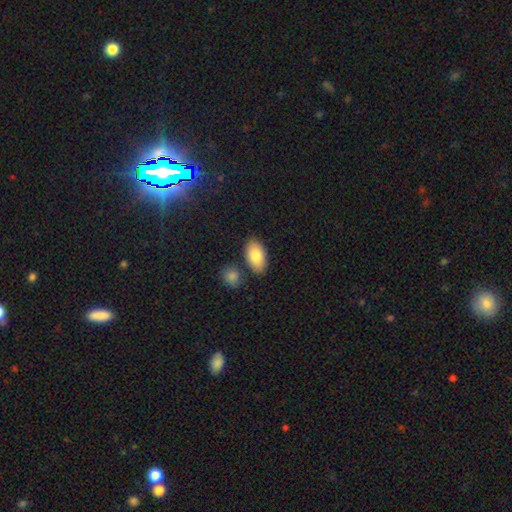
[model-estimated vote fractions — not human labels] Q: Smooth or featured?
A: smooth (84%); runner-up: featured or disk (10%)
Q: How rounded?
A: in between (94%); runner-up: round (4%)
Q: Merging?
A: none (79%); runner-up: minor disturbance (11%)